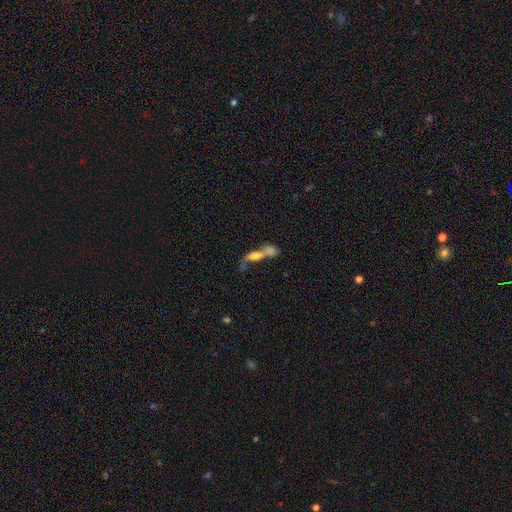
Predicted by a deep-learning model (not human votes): Smooth or featured: smooth — 51% (featured or disk — 37%)
How rounded: in between — 48% (cigar-shaped — 43%)
Merging: merger — 69% (none — 15%)